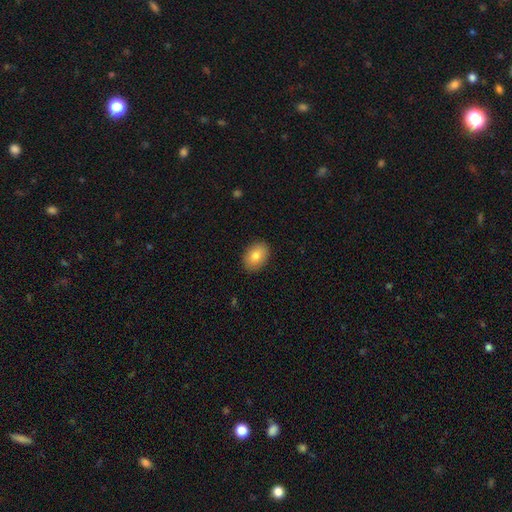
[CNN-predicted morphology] Smooth or featured: smooth — 82% (featured or disk — 11%)
How rounded: in between — 79% (round — 20%)
Merging: none — 89% (minor disturbance — 8%)